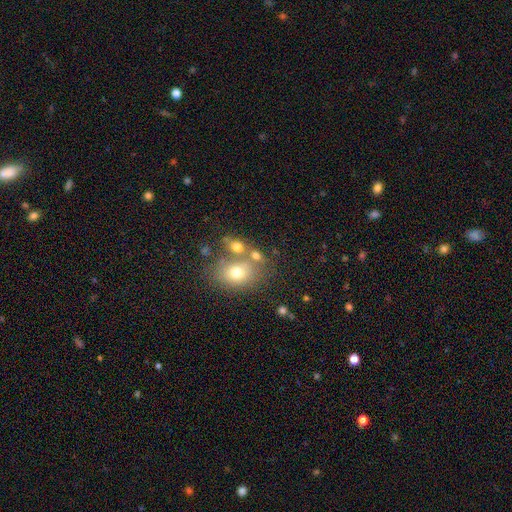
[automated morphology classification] Smooth or featured: smooth — 68% (featured or disk — 18%)
How rounded: in between — 56% (round — 42%)
Merging: none — 46% (merger — 36%)